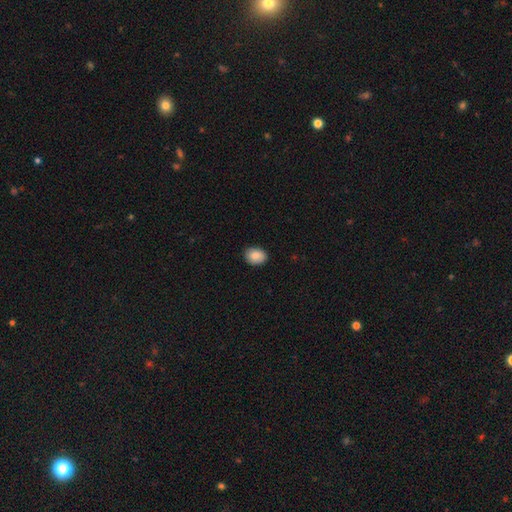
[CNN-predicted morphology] A smooth galaxy with no disk features (86%) that is in between round and cigar-shaped (65%).

Vote fractions:
- Smooth or featured? smooth: 86% / star or artifact: 7% / featured or disk: 7%
- How rounded? in between: 65% / round: 34% / cigar-shaped: 1%
- Merging? none: 87% / minor disturbance: 10% / major disturbance: 2% / merger: 1%